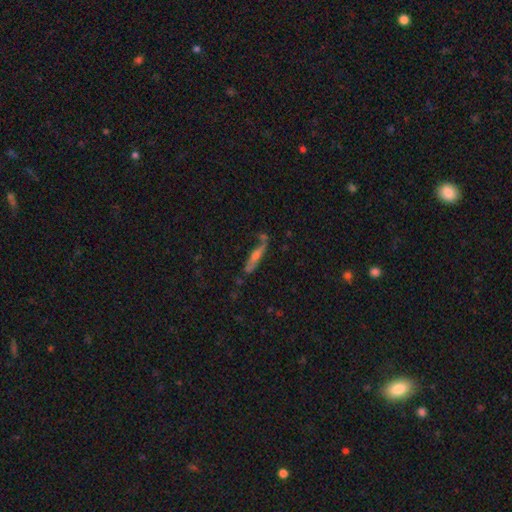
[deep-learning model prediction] The model was most divided on "smooth or featured": featured or disk: 58%, smooth: 30%, star or artifact: 11%. More confident: edge-on disk — yes (83%); merging — none (68%).